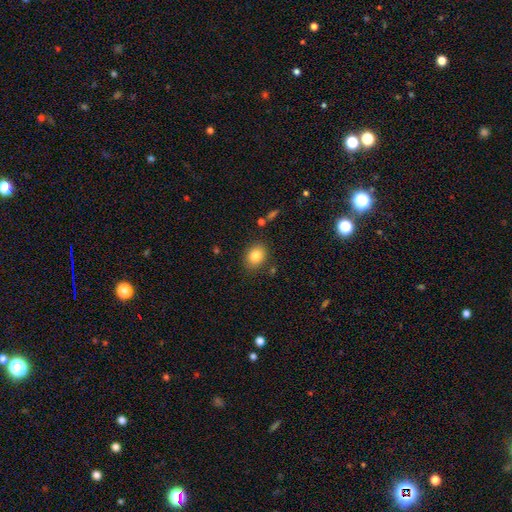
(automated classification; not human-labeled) Morphology: type=smooth (83%); roundness=in between (56%); merging=none (84%).